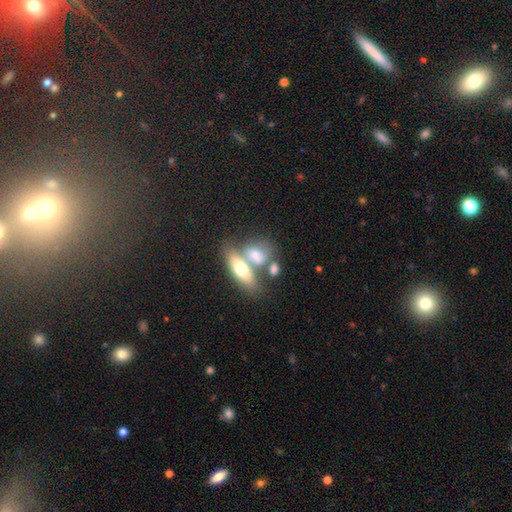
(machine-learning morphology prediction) smooth 63%, featured or disk 29%, star or artifact 7%. Down the decision tree: how rounded — in between (75%); merging — merger (56%).